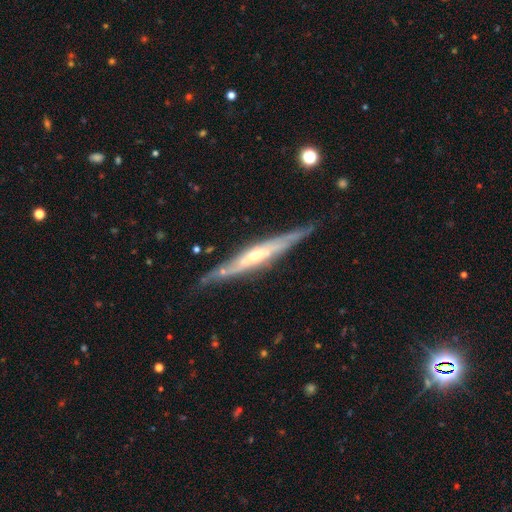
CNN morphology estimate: The model was most divided on "edge-on bulge": rounded: 63%, none: 27%, boxy: 10%. More confident: edge-on disk — yes (85%); smooth or featured — featured or disk (79%); merging — none (76%).